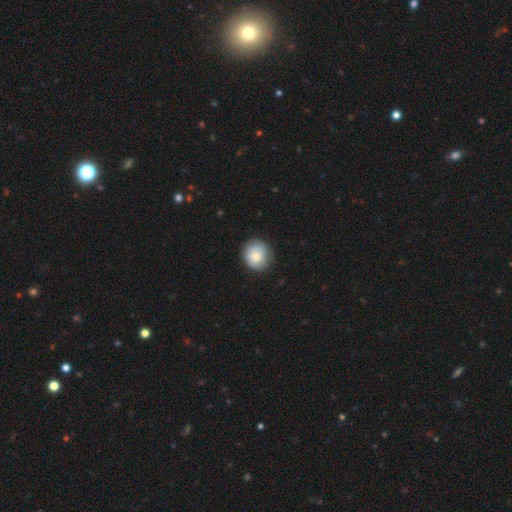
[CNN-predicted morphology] Overall: smooth (72%). How rounded: round (88%). Merging: none (84%).